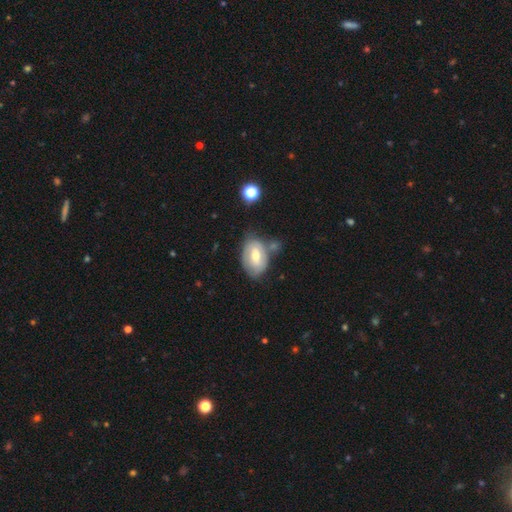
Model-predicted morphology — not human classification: Q: Smooth or featured?
A: smooth (51%); runner-up: featured or disk (42%)
Q: How rounded?
A: in between (87%); runner-up: round (12%)
Q: Merging?
A: none (52%); runner-up: minor disturbance (25%)